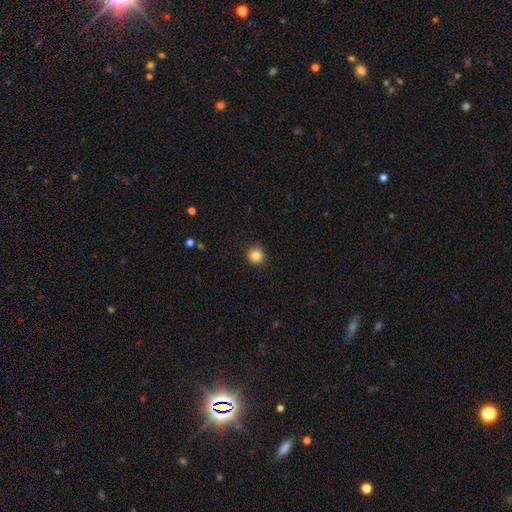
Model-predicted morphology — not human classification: The model was most divided on "smooth or featured": smooth: 84%, star or artifact: 11%, featured or disk: 5%. More confident: how rounded — round (93%); merging — none (90%).